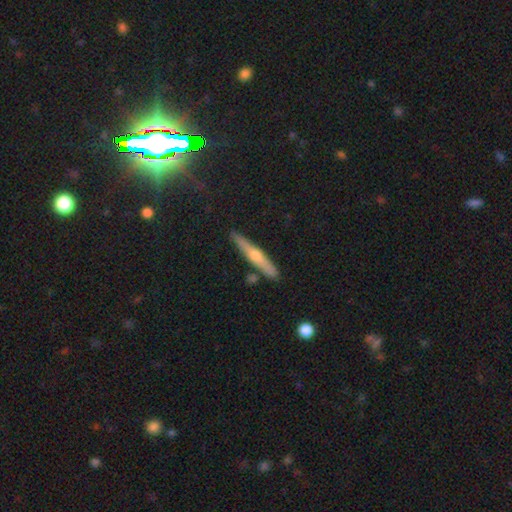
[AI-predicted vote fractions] Smooth or featured? Predicted: featured or disk (p=0.55). Edge-on disk? Predicted: yes (p=0.95). Edge-on bulge? Predicted: rounded (p=0.85). Merging? Predicted: none (p=0.86).